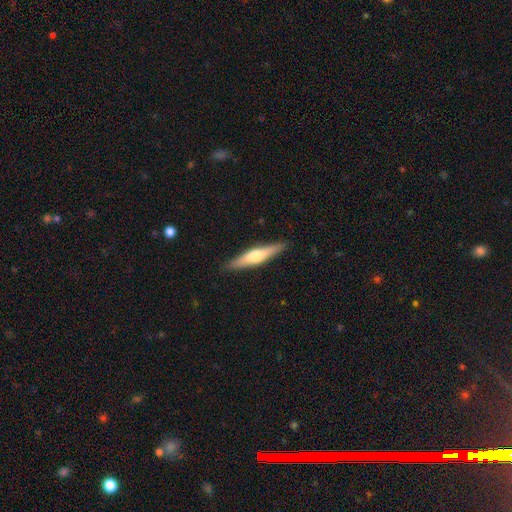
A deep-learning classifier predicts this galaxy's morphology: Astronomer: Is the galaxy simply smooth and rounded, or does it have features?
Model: featured or disk — 50% (runner-up: smooth, 45%).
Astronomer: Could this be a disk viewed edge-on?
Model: yes — 95%.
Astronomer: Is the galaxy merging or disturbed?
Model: none — 89%.